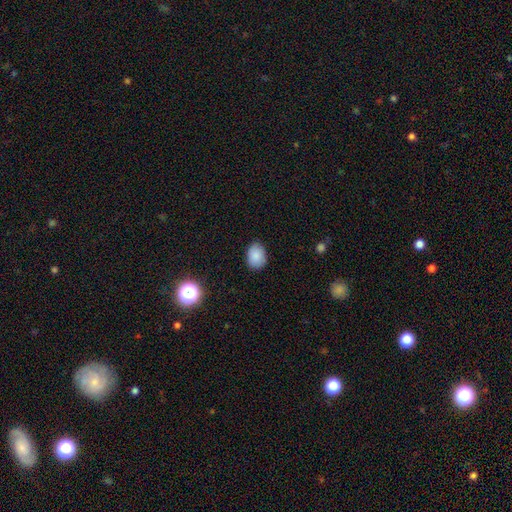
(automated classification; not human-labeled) Smooth or featured: smooth — 87% (star or artifact — 9%)
How rounded: in between — 67% (round — 32%)
Merging: none — 83% (minor disturbance — 13%)